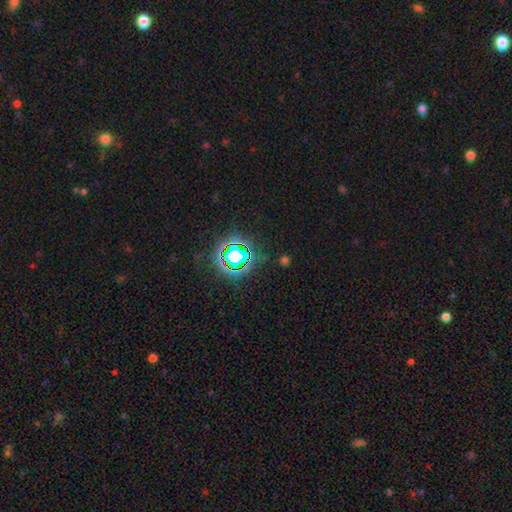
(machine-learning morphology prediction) A star or artifact, not a galaxy (80%).

Vote fractions:
- Smooth or featured? star or artifact: 80% / smooth: 14% / featured or disk: 6%